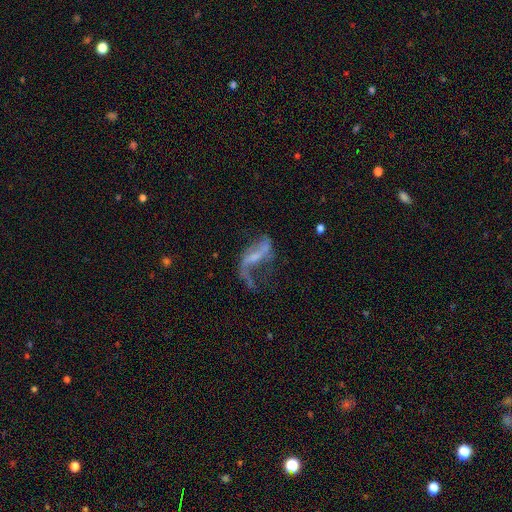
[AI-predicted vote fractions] featured or disk 77%, smooth 14%, star or artifact 9%. Down the decision tree: edge-on disk — no (92%); bar — weak (37%); spiral arms — yes (79%); spiral arm count — 2 (71%); spiral winding — loose (86%); bulge size — small (45%); merging — major disturbance (38%).